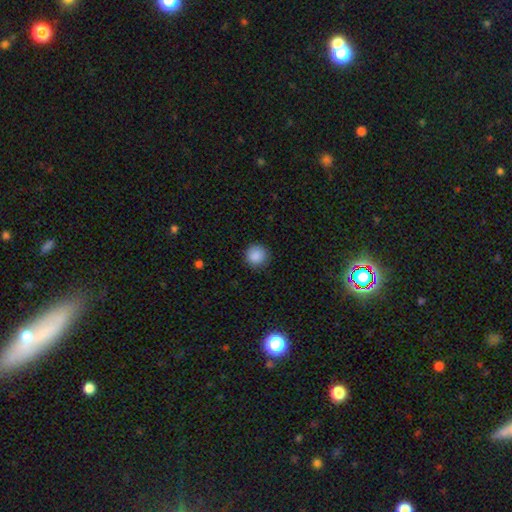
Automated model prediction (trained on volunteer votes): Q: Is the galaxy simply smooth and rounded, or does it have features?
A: smooth — 88%.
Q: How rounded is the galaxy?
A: round — 94%.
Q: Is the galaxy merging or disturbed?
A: none — 89%.